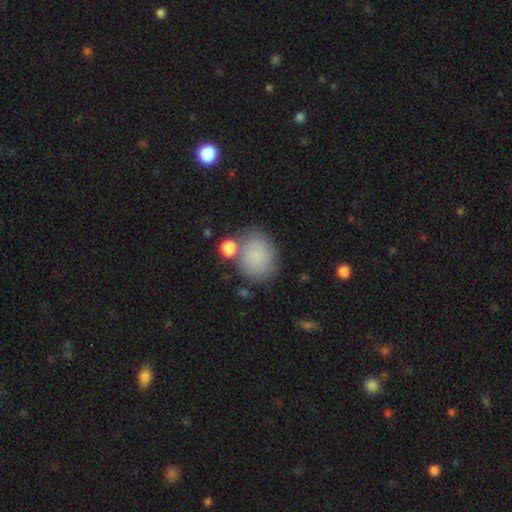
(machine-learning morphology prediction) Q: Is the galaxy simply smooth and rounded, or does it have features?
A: smooth — 83%.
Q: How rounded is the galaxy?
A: round — 53%.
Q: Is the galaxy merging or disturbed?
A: none — 66%.